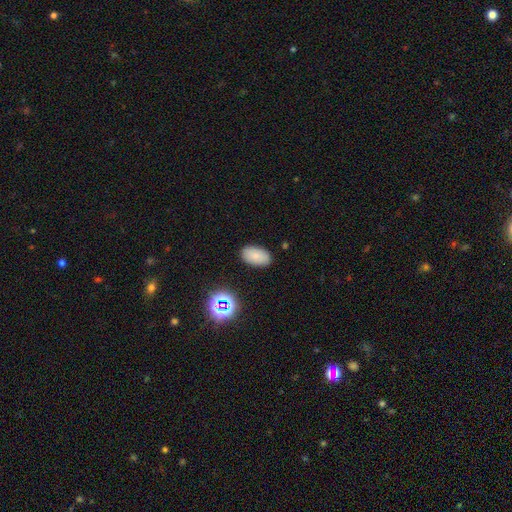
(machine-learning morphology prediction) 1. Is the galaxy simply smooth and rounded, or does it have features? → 81% smooth, 11% star or artifact, 8% featured or disk.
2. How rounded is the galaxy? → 94% in between, 5% round, 1% cigar-shaped.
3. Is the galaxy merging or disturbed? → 87% none, 9% minor disturbance, 2% major disturbance, 1% merger.